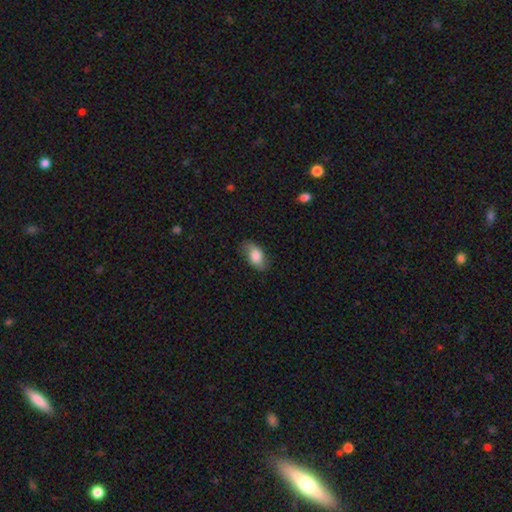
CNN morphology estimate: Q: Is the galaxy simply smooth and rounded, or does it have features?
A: smooth — 77%.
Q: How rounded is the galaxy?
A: in between — 91%.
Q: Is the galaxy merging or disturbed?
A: none — 75%.